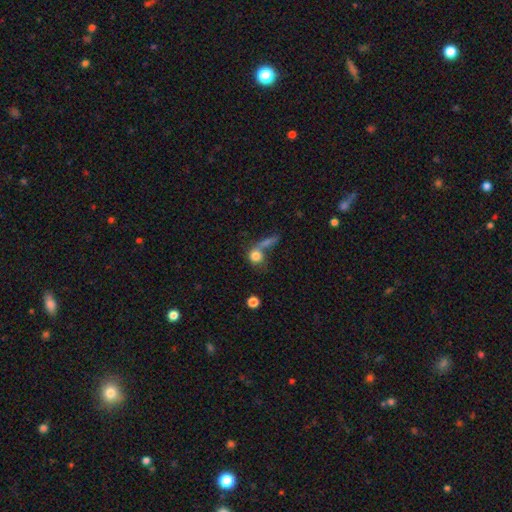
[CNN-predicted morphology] Q: Smooth or featured?
A: smooth (75%); runner-up: featured or disk (14%)
Q: How rounded?
A: round (72%); runner-up: in between (24%)
Q: Merging?
A: merger (41%); runner-up: none (32%)